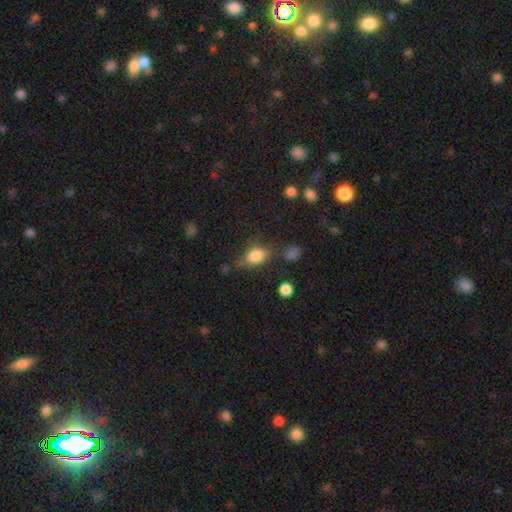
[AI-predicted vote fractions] Smooth or featured: smooth — 77% (featured or disk — 12%)
How rounded: in between — 67% (round — 29%)
Merging: none — 53% (minor disturbance — 29%)